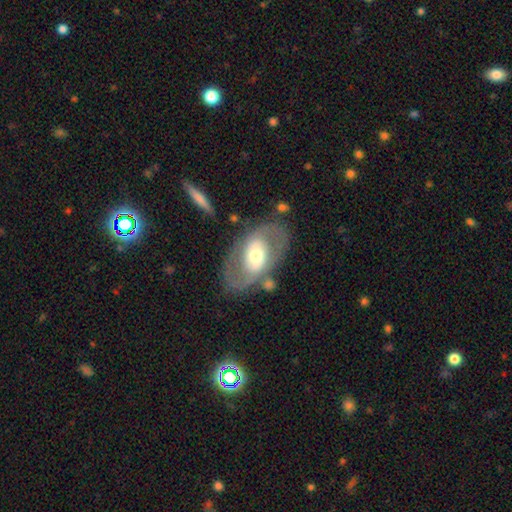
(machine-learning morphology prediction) Q: Smooth or featured?
A: featured or disk (67%); runner-up: smooth (28%)
Q: Edge-on disk?
A: no (93%); runner-up: yes (7%)
Q: Bar?
A: no (54%); runner-up: weak (29%)
Q: Spiral arms?
A: yes (50%); tied with: no (50%)
Q: Bulge size?
A: moderate (64%); runner-up: small (18%)
Q: Merging?
A: none (68%); runner-up: minor disturbance (16%)